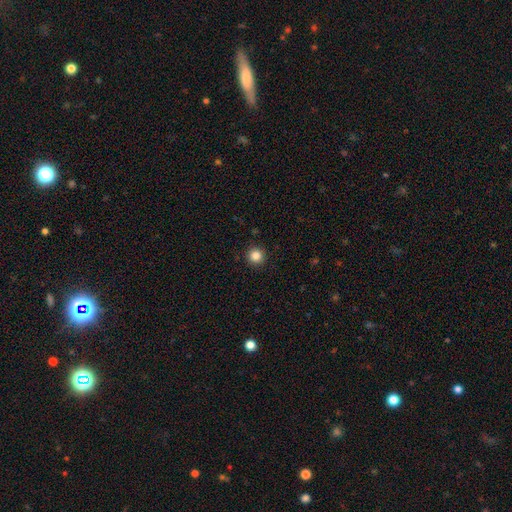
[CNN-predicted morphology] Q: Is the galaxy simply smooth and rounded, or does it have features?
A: smooth — 85%.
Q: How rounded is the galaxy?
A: round — 96%.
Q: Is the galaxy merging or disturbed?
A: none — 93%.